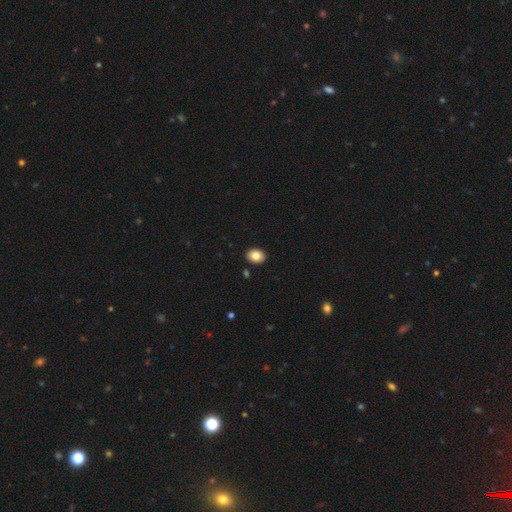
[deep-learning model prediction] Smooth or featured?
  - smooth: 84% *
  - star or artifact: 8%
  - featured or disk: 7%
How rounded?
  - in between: 67% *
  - round: 32%
  - cigar-shaped: 1%
Merging?
  - none: 90% *
  - minor disturbance: 6%
  - merger: 2%
  - major disturbance: 2%